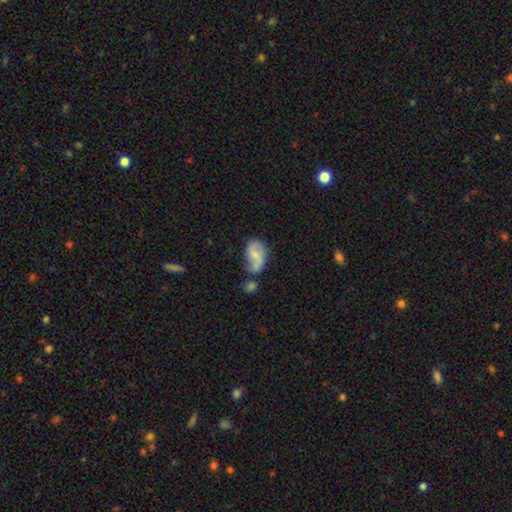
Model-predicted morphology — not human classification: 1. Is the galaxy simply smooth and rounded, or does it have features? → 57% featured or disk, 35% smooth, 8% star or artifact.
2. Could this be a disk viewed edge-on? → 97% no, 3% yes.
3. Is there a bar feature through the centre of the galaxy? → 45% no, 43% weak, 12% strong.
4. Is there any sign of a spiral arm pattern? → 81% yes, 19% no.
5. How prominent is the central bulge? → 51% small, 32% moderate, 13% none, 2% large, 1% dominant.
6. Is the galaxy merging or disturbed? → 40% none, 27% minor disturbance, 19% merger, 14% major disturbance.